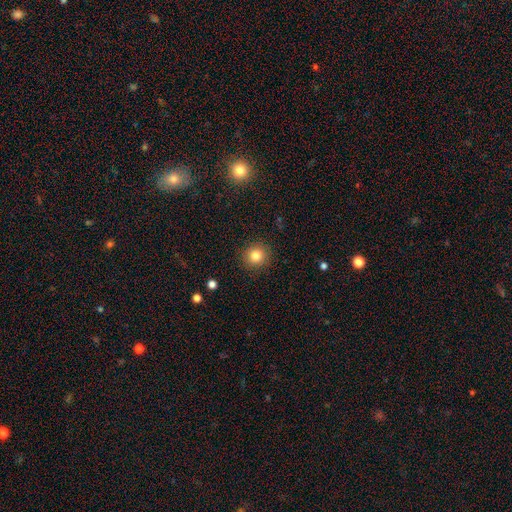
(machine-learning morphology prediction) smooth-or-featured: smooth: 83% | star or artifact: 11% | featured or disk: 6%
  how-rounded: round: 90% | in between: 9% | cigar-shaped: 1%
  merging: none: 90% | minor disturbance: 6% | major disturbance: 2% | merger: 1%